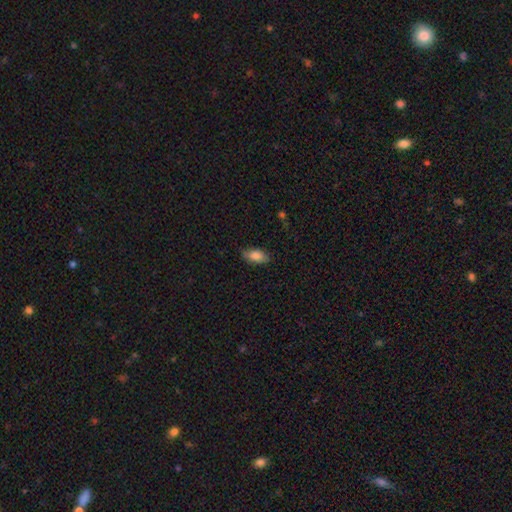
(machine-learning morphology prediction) Smooth or featured?
  - smooth: 83% *
  - featured or disk: 10%
  - star or artifact: 7%
How rounded?
  - in between: 88% *
  - cigar-shaped: 8%
  - round: 3%
Merging?
  - none: 83% *
  - minor disturbance: 13%
  - major disturbance: 3%
  - merger: 1%